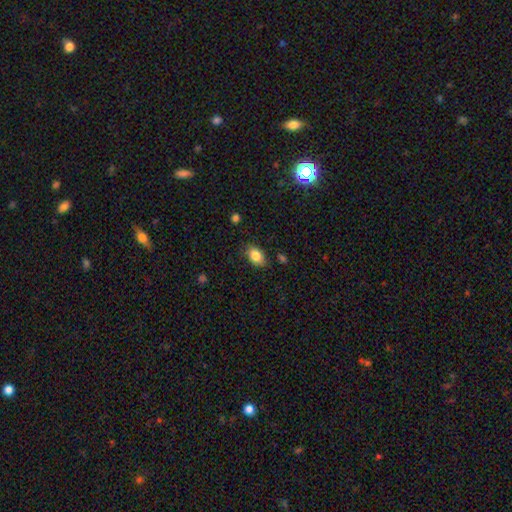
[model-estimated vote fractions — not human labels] smooth 84%, star or artifact 8%, featured or disk 7%. Down the decision tree: how rounded — in between (84%); merging — none (81%).